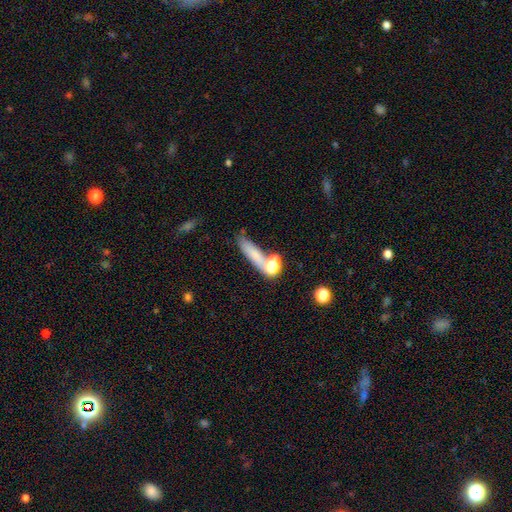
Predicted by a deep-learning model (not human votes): A smooth galaxy with no disk features (70%) that is cigar-shaped (56%). Merging: none (51%).